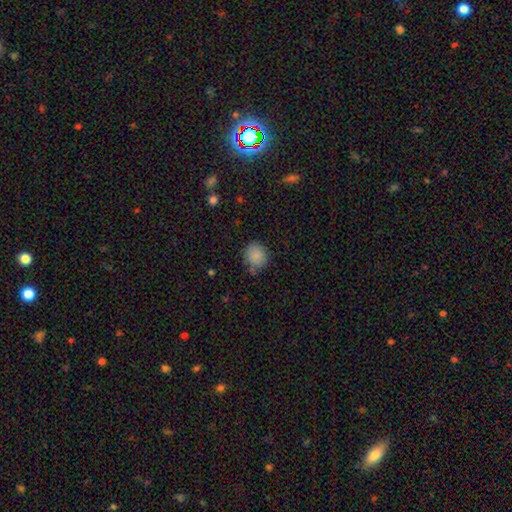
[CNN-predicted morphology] Smooth or featured? smooth (86%)
How rounded? round (79%)
Merging? none (75%)